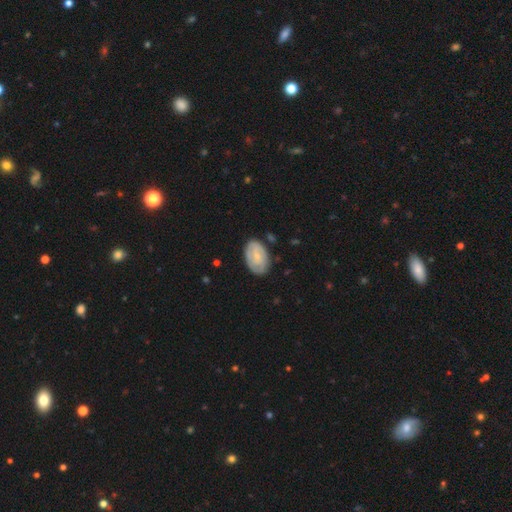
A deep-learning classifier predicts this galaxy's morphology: This appears to be a featured or disk galaxy (54%) with no bar (57%), spiral arms (72%) and a small central bulge (64%). Merging: none (77%).